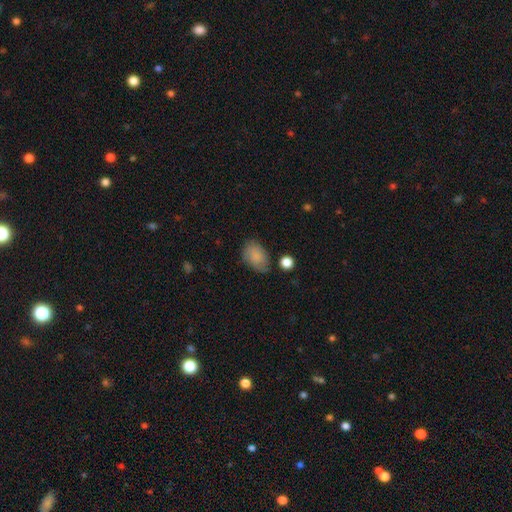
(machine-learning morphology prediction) This appears to be a smooth galaxy with no disk features (81%) that is in between round and cigar-shaped (86%). Merging: none (62%).